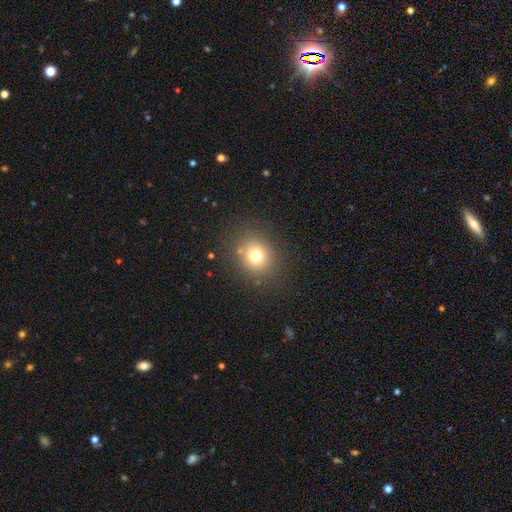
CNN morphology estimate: This is likely a smooth galaxy (73%). How rounded: clearly round (83%). Merging: clearly none (84%).